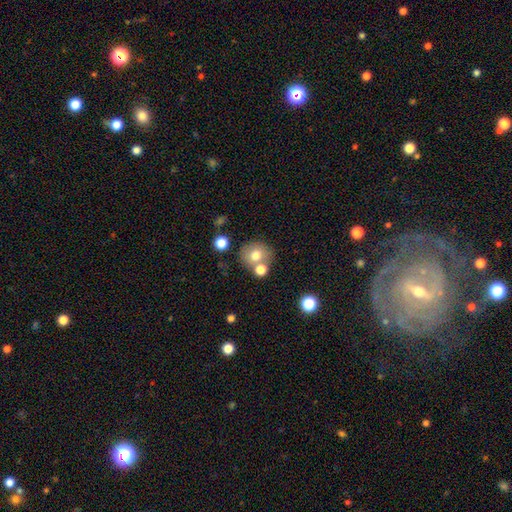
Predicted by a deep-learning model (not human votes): smooth-or-featured: smooth: 74% | featured or disk: 15% | star or artifact: 11%
  how-rounded: round: 84% | in between: 15% | cigar-shaped: 1%
  merging: none: 64% | merger: 22% | minor disturbance: 10% | major disturbance: 3%